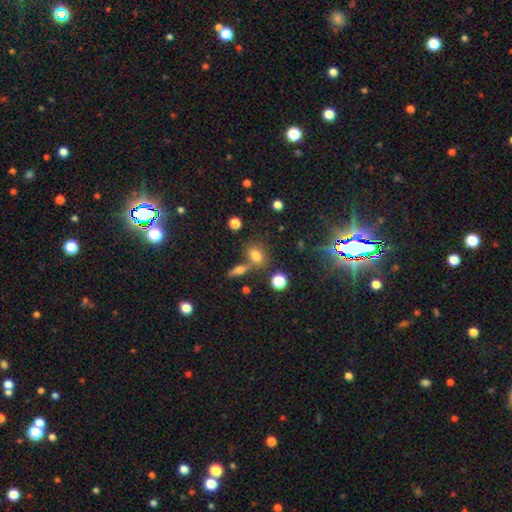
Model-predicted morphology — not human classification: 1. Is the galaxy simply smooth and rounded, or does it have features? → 75% smooth, 15% star or artifact, 11% featured or disk.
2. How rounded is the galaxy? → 71% in between, 25% round, 4% cigar-shaped.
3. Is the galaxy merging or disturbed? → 59% none, 24% merger, 12% minor disturbance, 5% major disturbance.